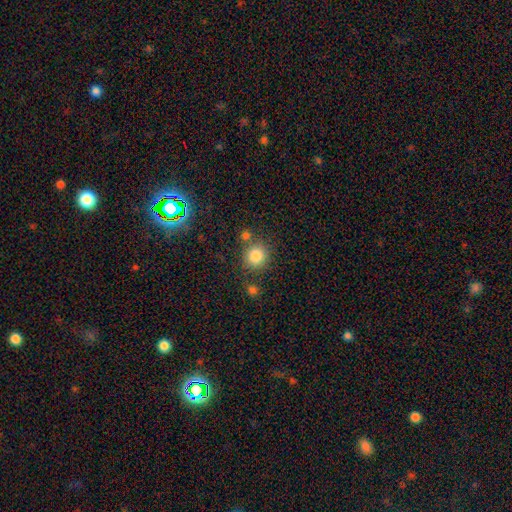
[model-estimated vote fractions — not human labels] smooth_or_featured: smooth (p=0.84) [alt: star or artifact p=0.11]
how_rounded: round (p=0.88) [alt: in between p=0.11]
merging: none (p=0.75) [alt: merger p=0.11]